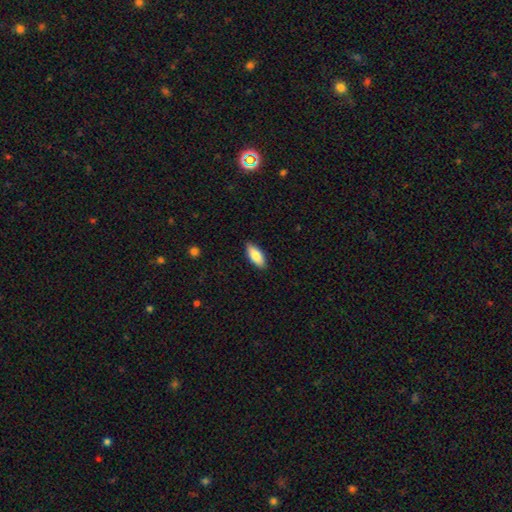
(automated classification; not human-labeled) Morphology: type=smooth (83%); roundness=in between (84%); merging=none (88%).